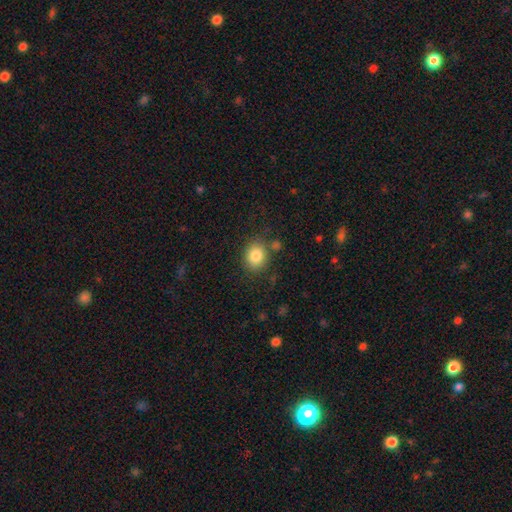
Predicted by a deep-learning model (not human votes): Smooth or featured?
  - smooth: 84% *
  - star or artifact: 9%
  - featured or disk: 7%
How rounded?
  - round: 55% *
  - in between: 44%
  - cigar-shaped: 1%
Merging?
  - none: 80% *
  - minor disturbance: 11%
  - merger: 4%
  - major disturbance: 4%